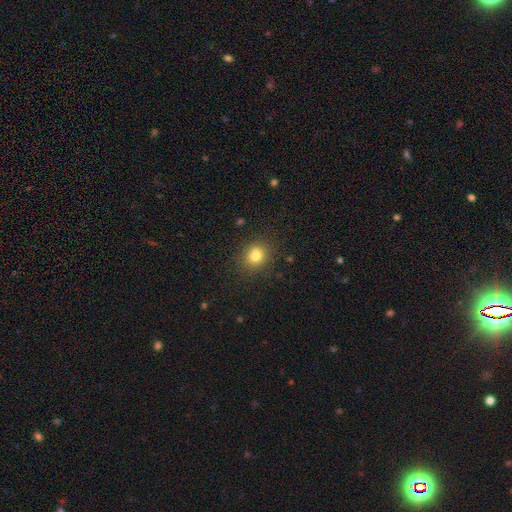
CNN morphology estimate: Q: Smooth or featured?
A: smooth (79%); runner-up: star or artifact (14%)
Q: How rounded?
A: round (76%); runner-up: in between (23%)
Q: Merging?
A: none (86%); runner-up: minor disturbance (9%)